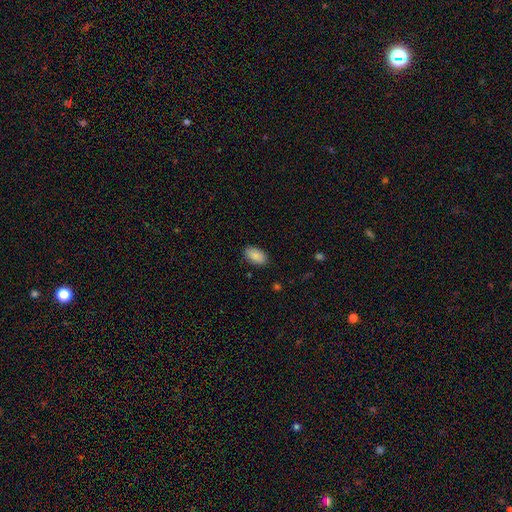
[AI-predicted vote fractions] Smooth or featured? smooth (89%)
How rounded? in between (93%)
Merging? none (87%)